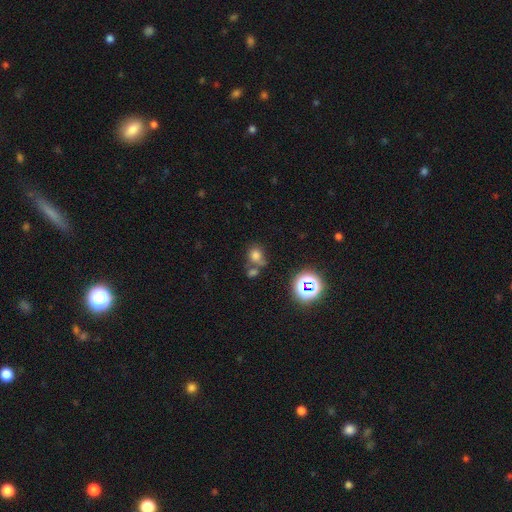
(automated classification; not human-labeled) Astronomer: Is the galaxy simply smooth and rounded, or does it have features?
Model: smooth — 67%.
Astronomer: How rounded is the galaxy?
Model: round — 64%.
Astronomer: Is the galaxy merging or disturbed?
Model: none — 45% (runner-up: merger, 33%).